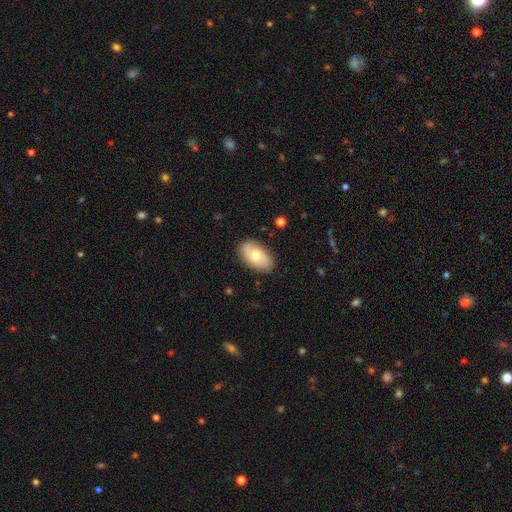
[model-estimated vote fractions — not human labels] This appears to be a smooth galaxy with no disk features (57%) that is in between round and cigar-shaped (92%). Merging: none (83%).